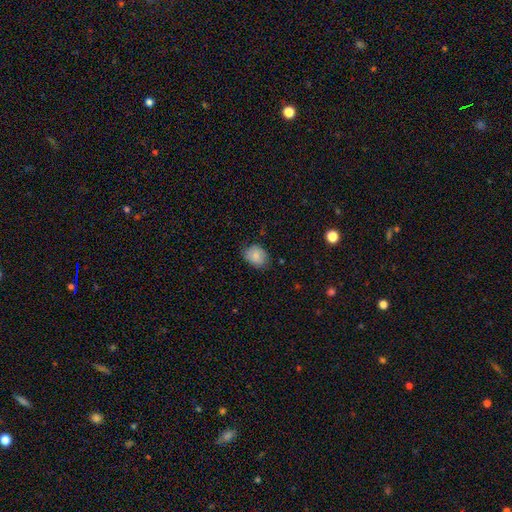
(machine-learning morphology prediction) Smooth or featured? Predicted: smooth (p=0.82). How rounded? Predicted: in between (p=0.57). Merging? Predicted: none (p=0.72).